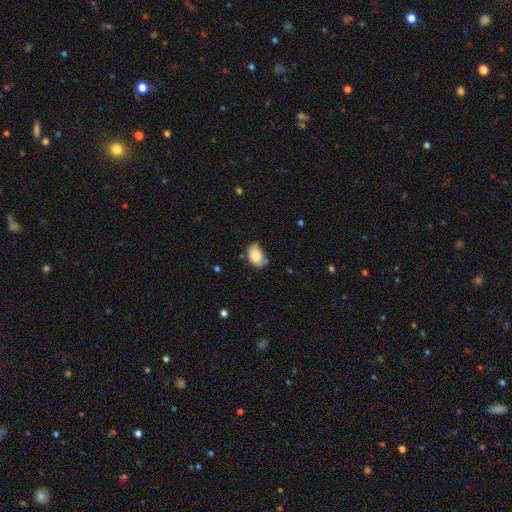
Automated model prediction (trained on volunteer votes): Q: Smooth or featured?
A: smooth (84%); runner-up: featured or disk (8%)
Q: How rounded?
A: in between (88%); runner-up: round (11%)
Q: Merging?
A: none (60%); runner-up: minor disturbance (30%)